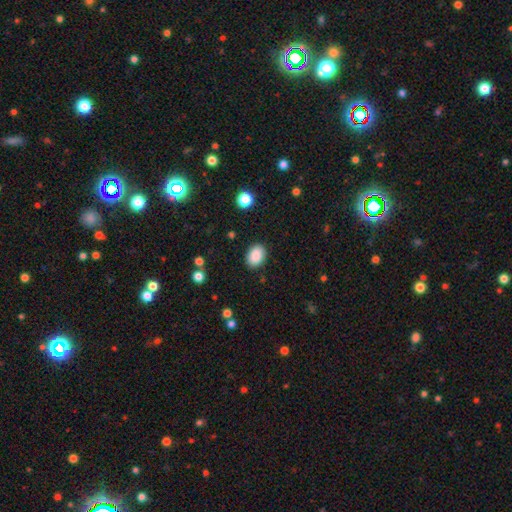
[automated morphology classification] smooth 89%, star or artifact 8%, featured or disk 4%. Down the decision tree: how rounded — in between (76%); merging — none (88%).